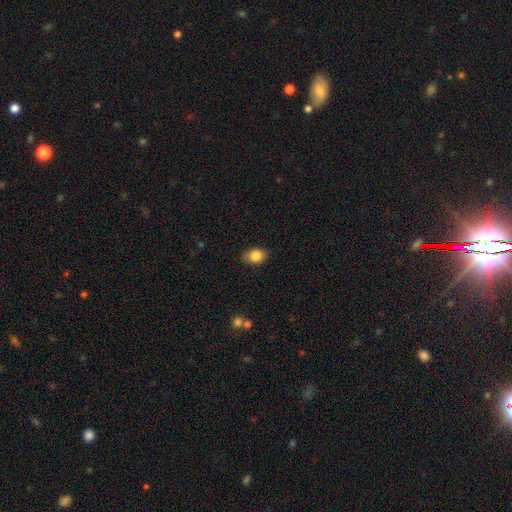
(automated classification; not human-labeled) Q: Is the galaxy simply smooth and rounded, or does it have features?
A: smooth — 85%.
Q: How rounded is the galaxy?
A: in between — 59%.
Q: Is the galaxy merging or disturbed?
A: none — 77%.